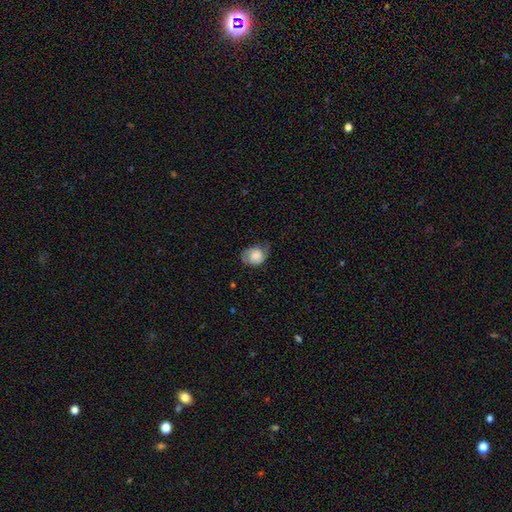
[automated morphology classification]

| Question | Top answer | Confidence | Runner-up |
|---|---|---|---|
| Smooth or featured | smooth | 58% | featured or disk (34%) |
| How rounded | in between | 55% | round (44%) |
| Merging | none | 48% | minor disturbance (35%) |